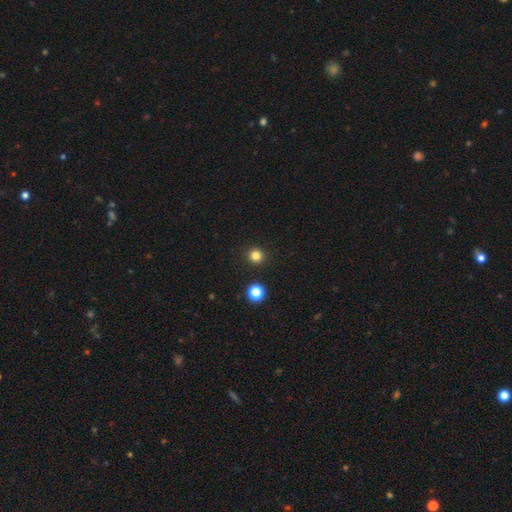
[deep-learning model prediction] The model was most divided on "smooth or featured": smooth: 81%, star or artifact: 14%, featured or disk: 4%. More confident: how rounded — round (94%); merging — none (92%).